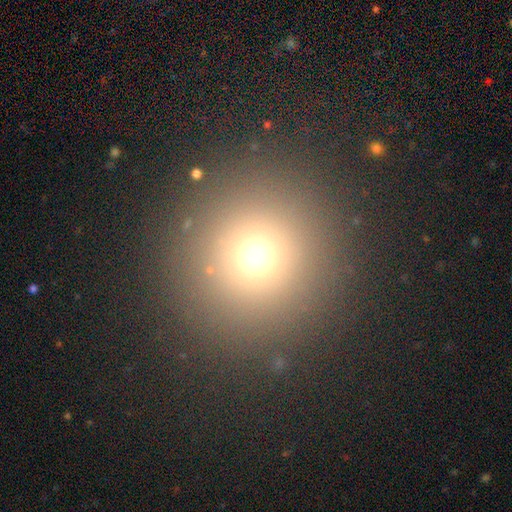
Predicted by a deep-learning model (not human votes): Morphology: type=smooth (68%); roundness=round (95%); merging=none (89%).